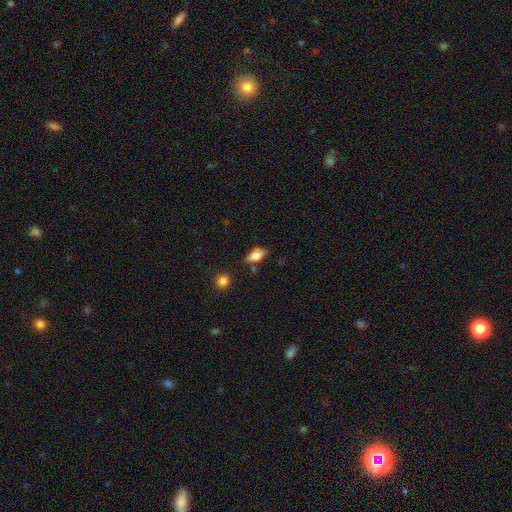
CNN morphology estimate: Q: Smooth or featured?
A: smooth (67%); runner-up: featured or disk (25%)
Q: How rounded?
A: in between (82%); runner-up: cigar-shaped (12%)
Q: Merging?
A: none (67%); runner-up: minor disturbance (22%)